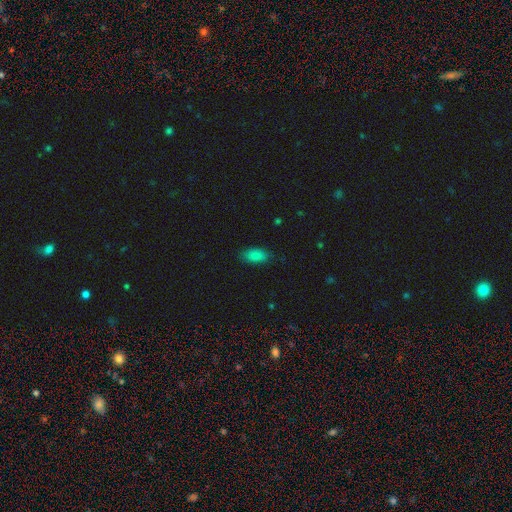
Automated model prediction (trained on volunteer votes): The model was most divided on "merging": none: 84%, minor disturbance: 12%, major disturbance: 3%, merger: 1%. More confident: how rounded — in between (90%); smooth or featured — smooth (85%).